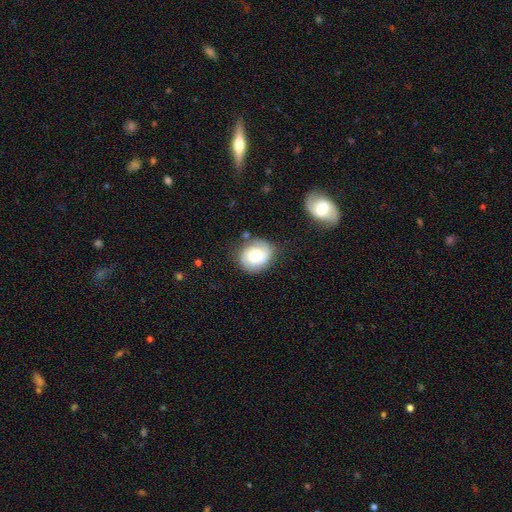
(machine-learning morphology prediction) Smooth or featured? smooth (51%)
How rounded? round (67%)
Merging? none (72%)